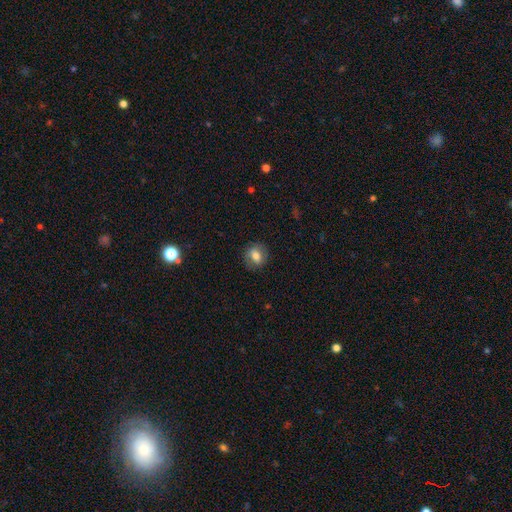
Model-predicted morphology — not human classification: Smooth or featured?
  - smooth: 72% *
  - featured or disk: 19%
  - star or artifact: 9%
How rounded?
  - round: 61% *
  - in between: 38%
  - cigar-shaped: 1%
Merging?
  - none: 83% *
  - minor disturbance: 12%
  - major disturbance: 4%
  - merger: 1%